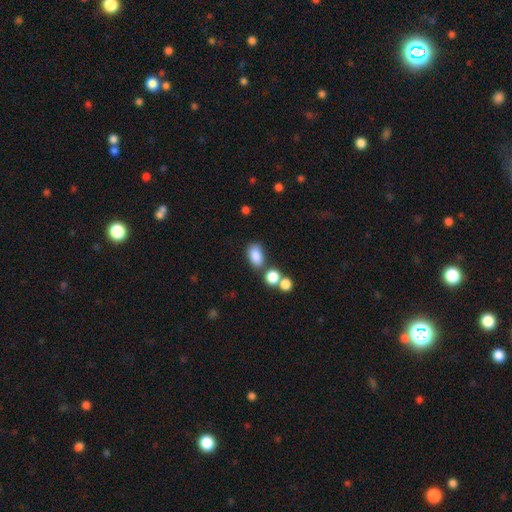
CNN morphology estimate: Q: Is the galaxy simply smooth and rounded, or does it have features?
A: smooth — 84%.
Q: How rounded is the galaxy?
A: in between — 85%.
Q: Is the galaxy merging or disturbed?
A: none — 64%.